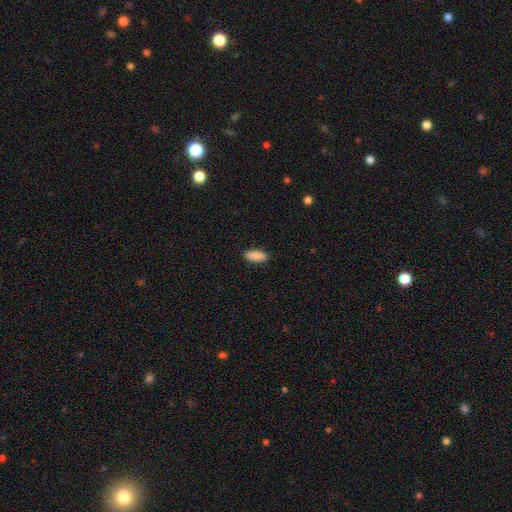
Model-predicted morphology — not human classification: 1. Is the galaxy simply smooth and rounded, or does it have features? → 90% smooth, 7% star or artifact, 3% featured or disk.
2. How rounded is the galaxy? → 85% in between, 12% cigar-shaped, 2% round.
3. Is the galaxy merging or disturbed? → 89% none, 8% minor disturbance, 2% major disturbance, 1% merger.